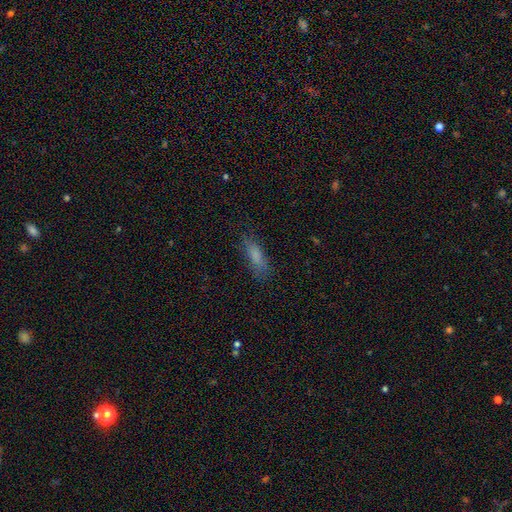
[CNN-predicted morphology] smooth_or_featured: smooth (p=0.75) [alt: featured or disk p=0.13]
how_rounded: in between (p=0.55) [alt: cigar-shaped p=0.42]
merging: none (p=0.70) [alt: minor disturbance p=0.20]